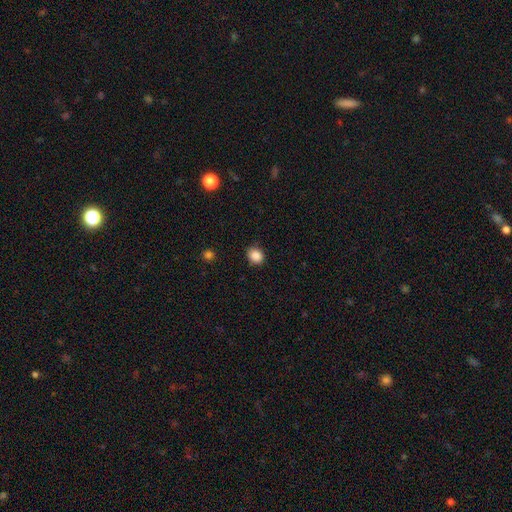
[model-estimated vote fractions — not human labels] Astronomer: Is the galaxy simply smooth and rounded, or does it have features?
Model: smooth — 88%.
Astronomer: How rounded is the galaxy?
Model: round — 61% (runner-up: in between, 38%).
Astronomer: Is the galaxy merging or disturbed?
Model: none — 88%.